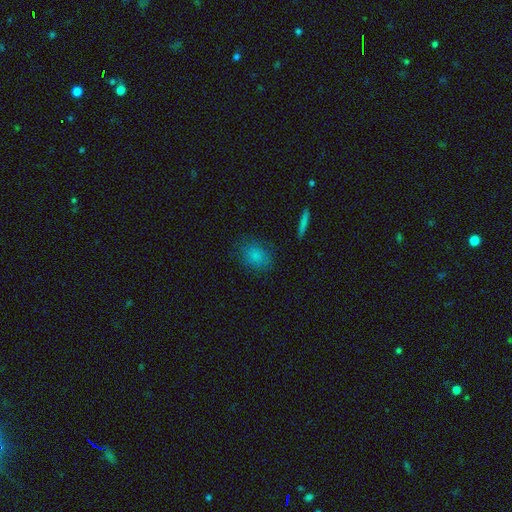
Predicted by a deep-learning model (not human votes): Smooth or featured? Predicted: smooth (p=0.81). How rounded? Predicted: in between (p=0.51). Merging? Predicted: none (p=0.81).